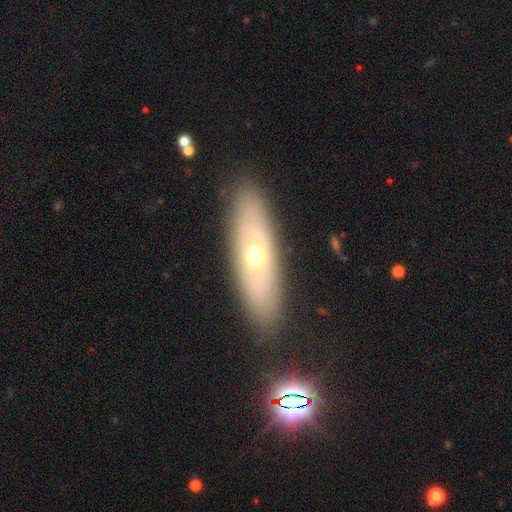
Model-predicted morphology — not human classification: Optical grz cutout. It shows a smooth galaxy with no disk features (47%). Merging: none (86%).